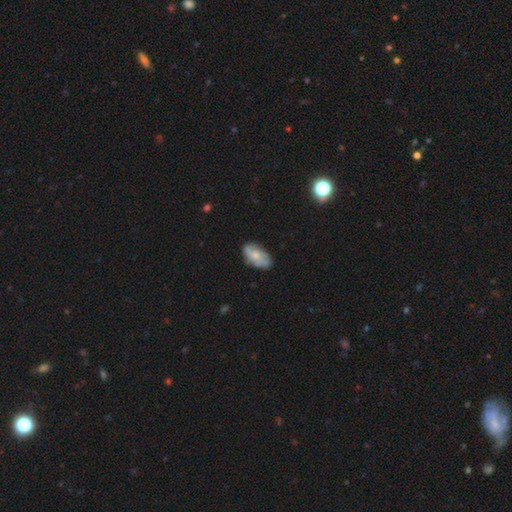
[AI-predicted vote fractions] This appears to be a smooth galaxy with no disk features (48%). Merging: none (72%).